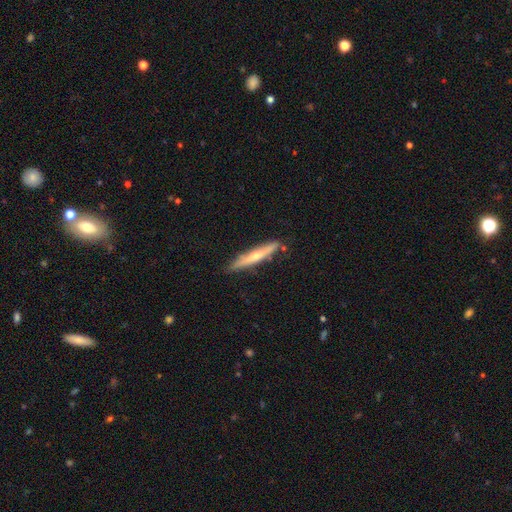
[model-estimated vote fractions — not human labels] smooth-or-featured: smooth: 48% | featured or disk: 47% | star or artifact: 6%
  merging: none: 82% | minor disturbance: 13% | merger: 2% | major disturbance: 2%